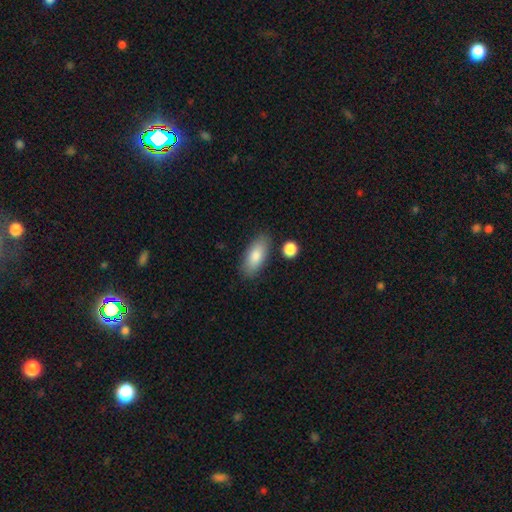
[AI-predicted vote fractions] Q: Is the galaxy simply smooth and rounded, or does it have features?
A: smooth — 82%.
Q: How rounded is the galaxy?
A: in between — 82%.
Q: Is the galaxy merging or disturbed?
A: none — 83%.